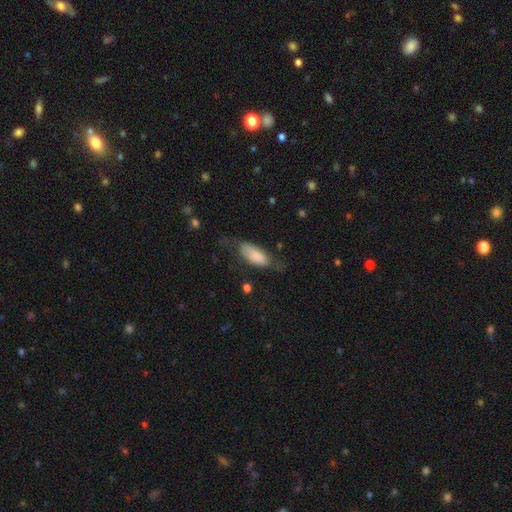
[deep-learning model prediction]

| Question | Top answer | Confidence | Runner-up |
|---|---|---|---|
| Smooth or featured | smooth | 78% | featured or disk (16%) |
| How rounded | in between | 77% | cigar-shaped (21%) |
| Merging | none | 44% | minor disturbance (31%) |